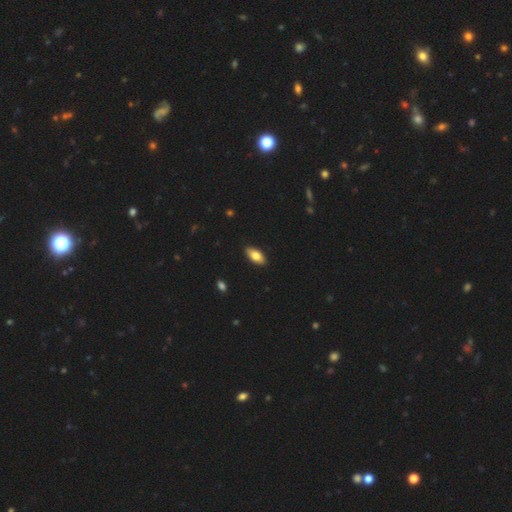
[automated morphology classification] Smooth or featured? smooth (78%)
How rounded? in between (88%)
Merging? none (89%)